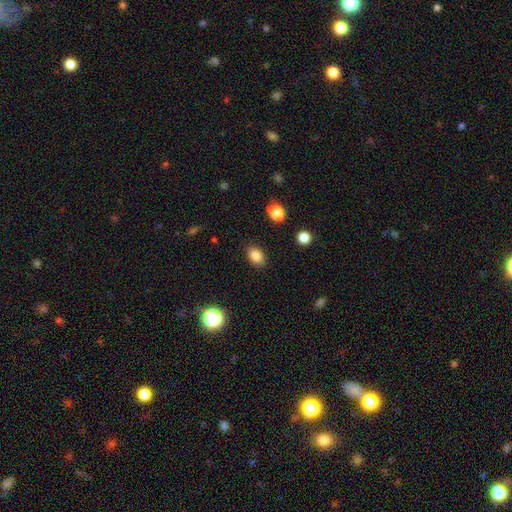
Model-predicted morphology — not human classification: Smooth or featured?
  - smooth: 85% *
  - star or artifact: 10%
  - featured or disk: 5%
How rounded?
  - in between: 79% *
  - round: 20%
  - cigar-shaped: 1%
Merging?
  - none: 87% *
  - minor disturbance: 9%
  - major disturbance: 3%
  - merger: 1%